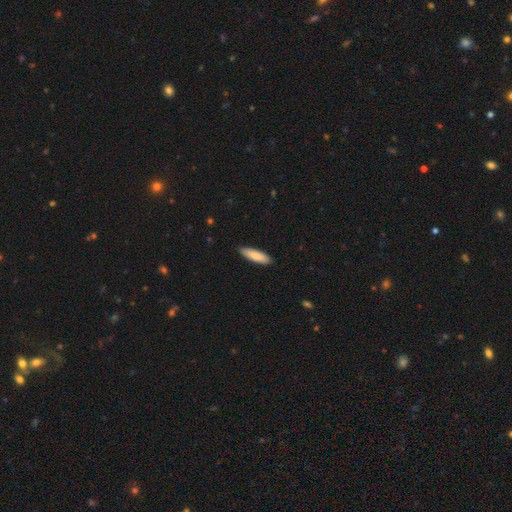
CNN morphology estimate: This is clearly a smooth galaxy (85%). How rounded: likely cigar-shaped (62%). Merging: clearly none (88%).